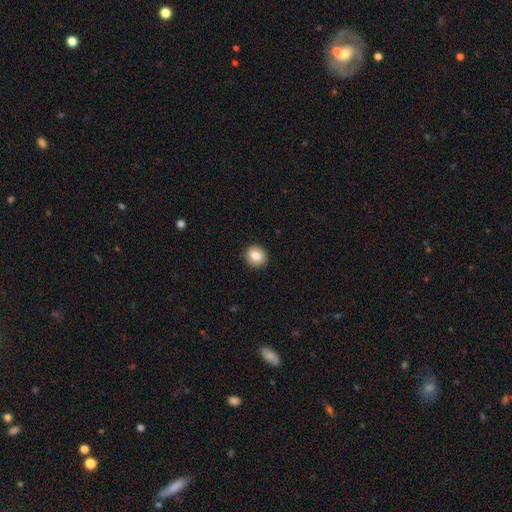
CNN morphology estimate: Smooth or featured: smooth — 83% (featured or disk — 9%)
How rounded: round — 86% (in between — 13%)
Merging: none — 91% (minor disturbance — 6%)